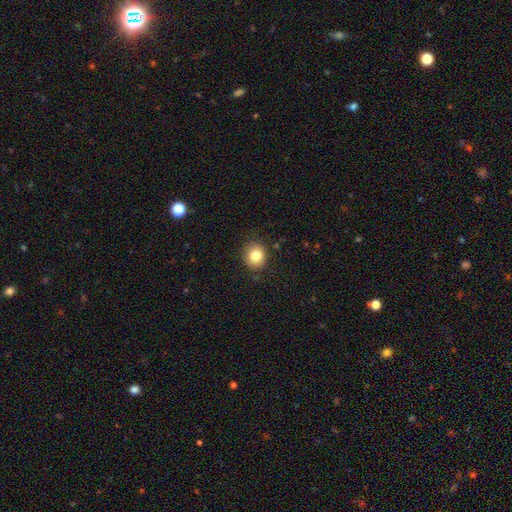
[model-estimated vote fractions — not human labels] Smooth or featured? Predicted: smooth (p=0.82). How rounded? Predicted: round (p=0.81). Merging? Predicted: none (p=0.87).